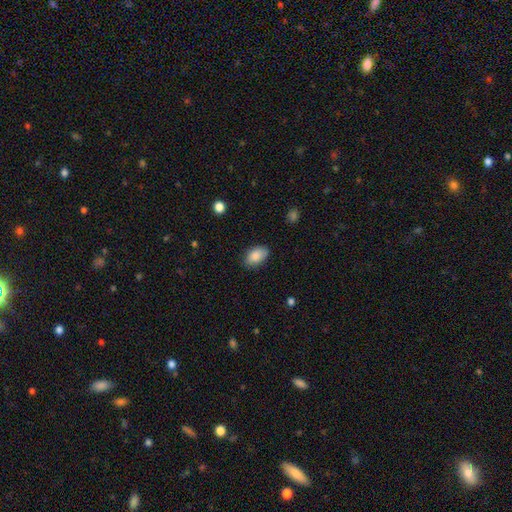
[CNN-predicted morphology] The model was most divided on "merging": none: 82%, minor disturbance: 14%, major disturbance: 3%, merger: 1%. More confident: how rounded — in between (91%); smooth or featured — smooth (86%).